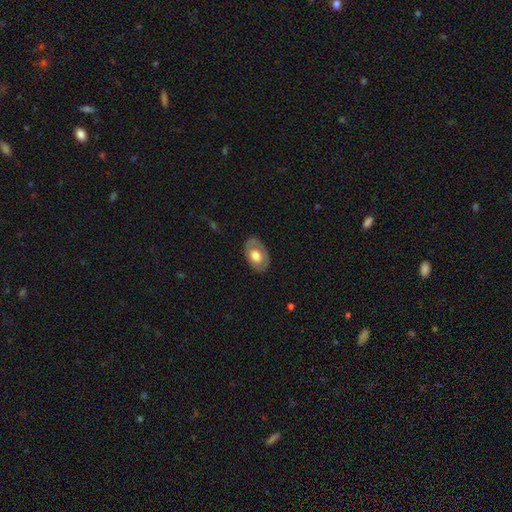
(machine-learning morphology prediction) smooth_or_featured: smooth (p=0.55) [alt: featured or disk p=0.39]
how_rounded: in between (p=0.86) [alt: round p=0.13]
merging: none (p=0.79) [alt: minor disturbance p=0.16]